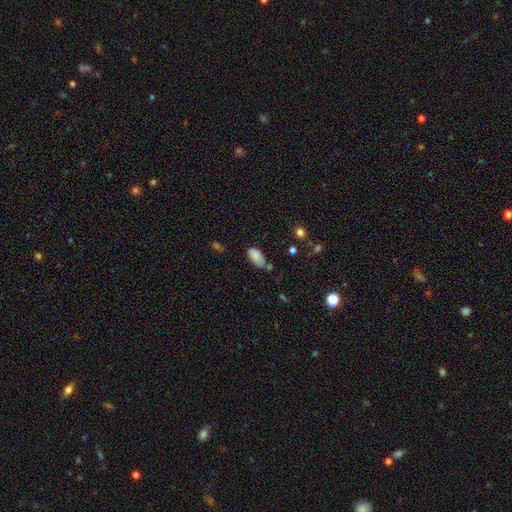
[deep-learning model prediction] Morphology: type=smooth (84%); roundness=in between (94%); merging=none (58%).